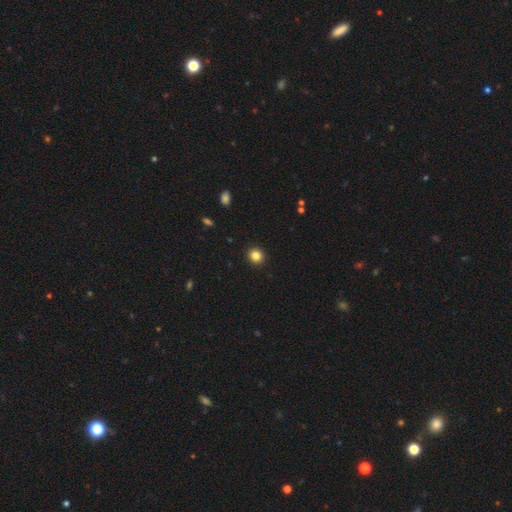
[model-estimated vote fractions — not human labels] The model was most divided on "smooth or featured": smooth: 84%, star or artifact: 11%, featured or disk: 5%. More confident: merging — none (93%); how rounded — round (90%).